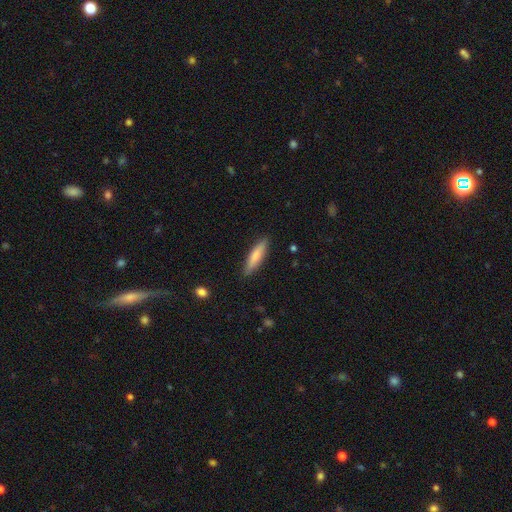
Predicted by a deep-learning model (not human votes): This is likely a smooth galaxy (77%). How rounded: likely cigar-shaped (74%). Merging: clearly none (87%).